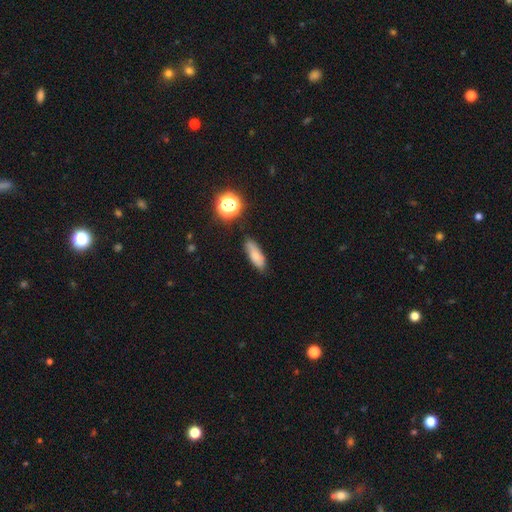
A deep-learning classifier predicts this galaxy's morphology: Smooth or featured? Predicted: smooth (p=0.76). How rounded? Predicted: in between (p=0.59). Merging? Predicted: none (p=0.74).